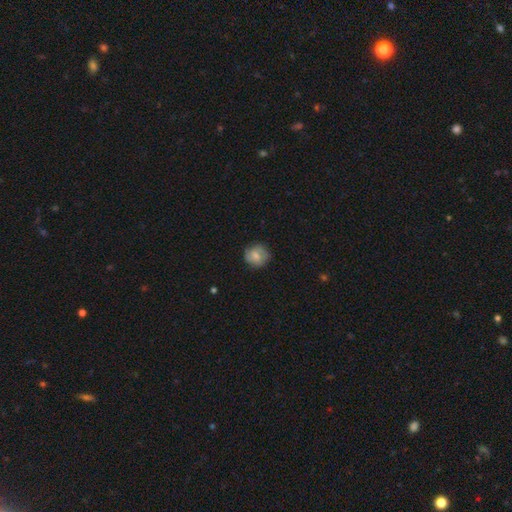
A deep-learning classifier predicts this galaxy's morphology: smooth 61%, featured or disk 31%, star or artifact 8%. Down the decision tree: how rounded — round (87%); merging — none (77%).